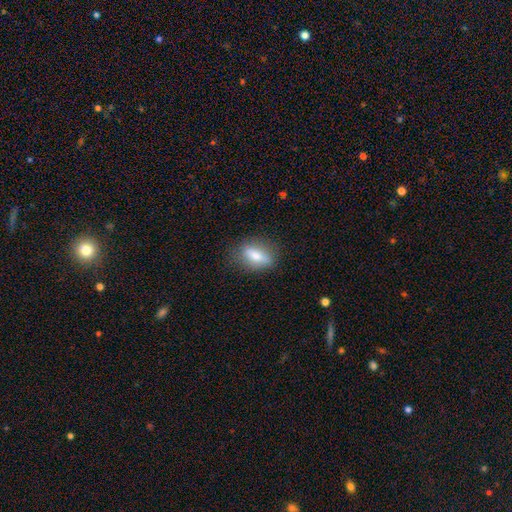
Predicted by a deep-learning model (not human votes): smooth_or_featured: smooth (p=0.58) [alt: featured or disk p=0.33]
how_rounded: in between (p=0.61) [alt: cigar-shaped p=0.26]
merging: none (p=0.81) [alt: minor disturbance p=0.13]